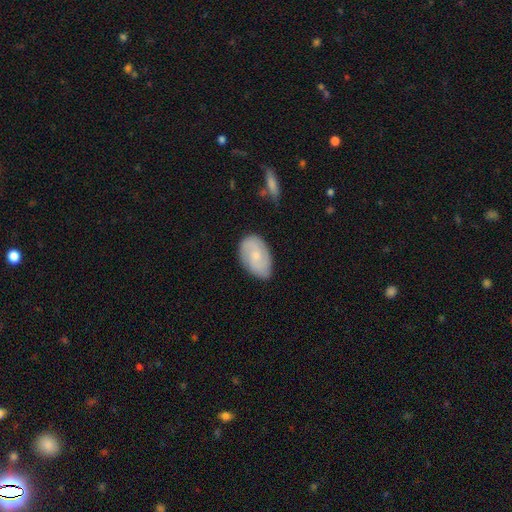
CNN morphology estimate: Overall: featured or disk (55%; smooth 38%). Edge-on disk: no (96%). Bar: no (65%; weak 31%). Spiral arms: yes (88%). Bulge size: small (61%; moderate 31%). Merging: none (79%).